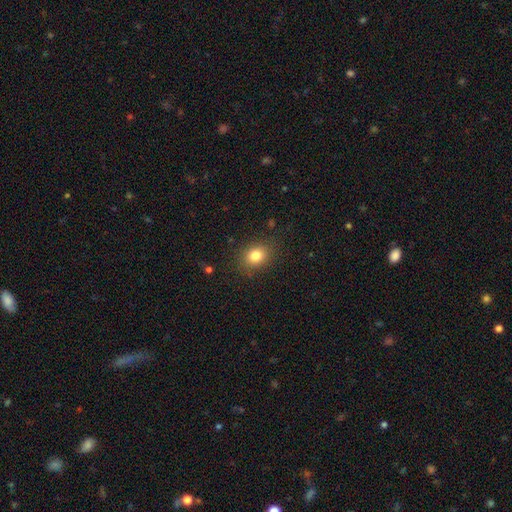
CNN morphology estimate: Smooth or featured? Predicted: smooth (p=0.82). How rounded? Predicted: in between (p=0.50). Merging? Predicted: none (p=0.85).